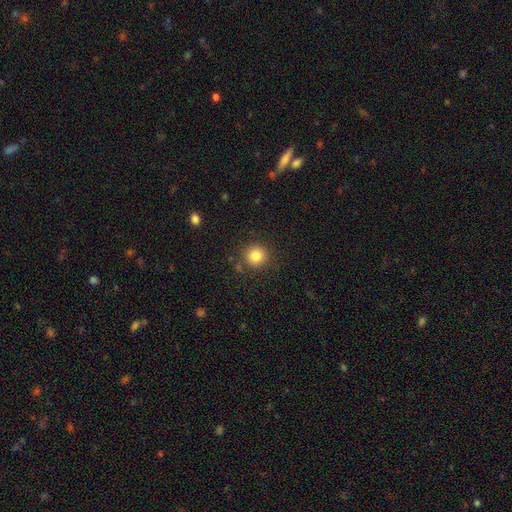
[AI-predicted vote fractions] Overall: smooth (83%). How rounded: round (93%). Merging: none (87%).